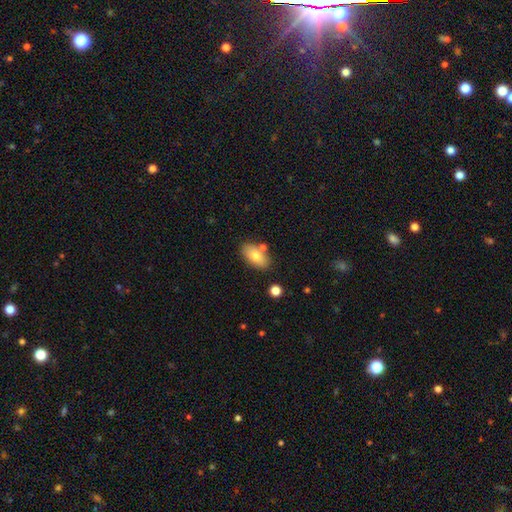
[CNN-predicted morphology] smooth 77%, featured or disk 16%, star or artifact 8%. Down the decision tree: how rounded — in between (91%); merging — none (76%).